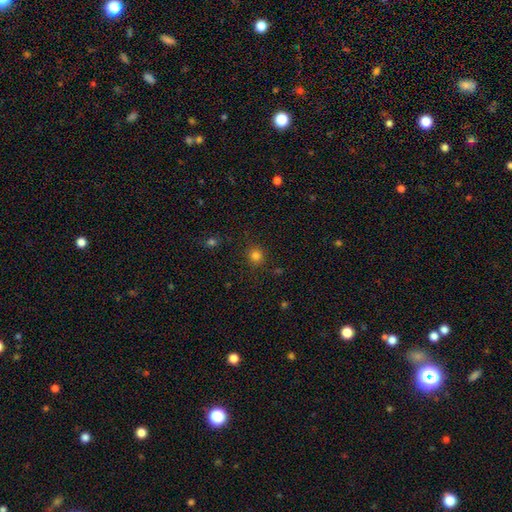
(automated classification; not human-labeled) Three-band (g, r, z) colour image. It shows a smooth galaxy with no disk features (82%) that is round (91%). Merging: none (88%).